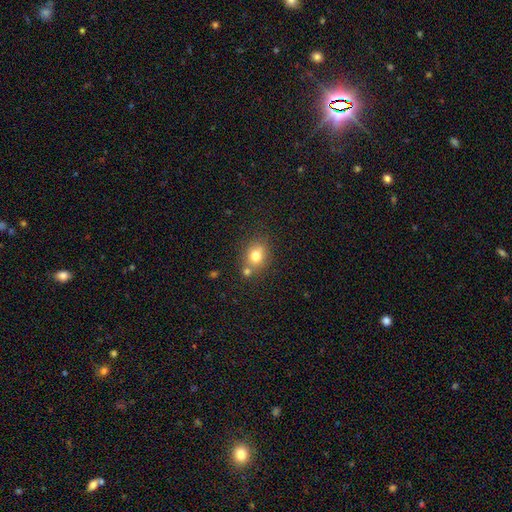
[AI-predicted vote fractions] Smooth or featured?
  - smooth: 76% *
  - star or artifact: 12%
  - featured or disk: 12%
How rounded?
  - round: 62% *
  - in between: 37%
  - cigar-shaped: 1%
Merging?
  - none: 62% *
  - merger: 21%
  - minor disturbance: 13%
  - major disturbance: 4%